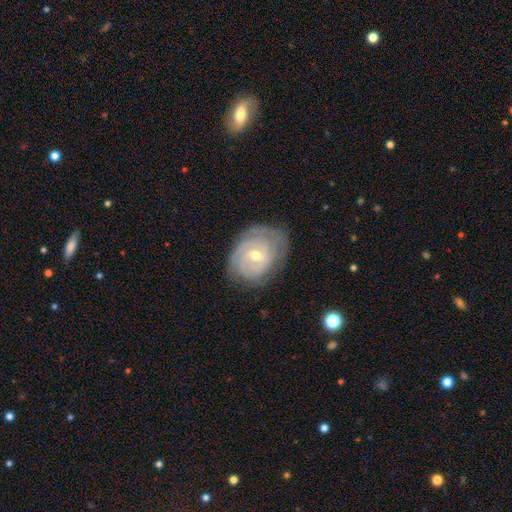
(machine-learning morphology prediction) smooth-or-featured: featured or disk: 84% | smooth: 11% | star or artifact: 6%
  disk-edge-on: no: 97% | yes: 3%
    bar: no: 45% | weak: 44% | strong: 11%
    has-spiral-arms: yes: 94% | no: 6%
      spiral-winding: tight: 74% | medium: 21% | loose: 5%
      spiral-arm-count: can't tell: 35% | 2: 24% | 3: 22% | 4: 9% | 1: 5% | more than 4: 5%
    bulge-size: moderate: 50% | small: 48% | large: 1% | none: 1% | dominant: 1%
  merging: none: 71% | minor disturbance: 21% | major disturbance: 7% | merger: 1%